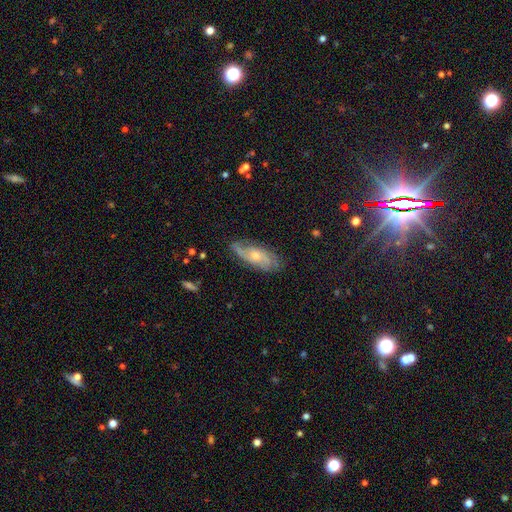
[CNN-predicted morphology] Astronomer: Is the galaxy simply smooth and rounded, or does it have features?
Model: featured or disk — 69%.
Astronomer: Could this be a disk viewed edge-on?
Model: no — 88%.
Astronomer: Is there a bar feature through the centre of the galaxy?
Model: no — 69%.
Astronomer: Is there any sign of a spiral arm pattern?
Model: yes — 91%.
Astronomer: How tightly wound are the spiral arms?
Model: medium — 43% (runner-up: tight, 38%).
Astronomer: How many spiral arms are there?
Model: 2 — 53%.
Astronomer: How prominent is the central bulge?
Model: moderate — 48% (runner-up: small, 45%).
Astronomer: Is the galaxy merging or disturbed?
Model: none — 76%.